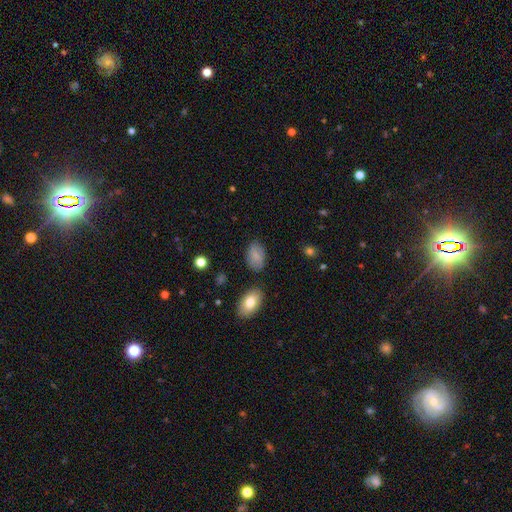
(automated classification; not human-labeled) Morphology: type=smooth (81%); roundness=in between (90%); merging=none (79%).